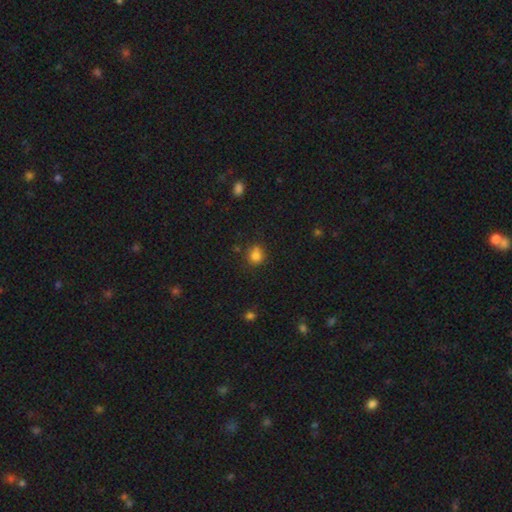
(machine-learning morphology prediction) Q: Smooth or featured?
A: smooth (80%); runner-up: star or artifact (13%)
Q: How rounded?
A: round (79%); runner-up: in between (20%)
Q: Merging?
A: none (63%); runner-up: minor disturbance (17%)